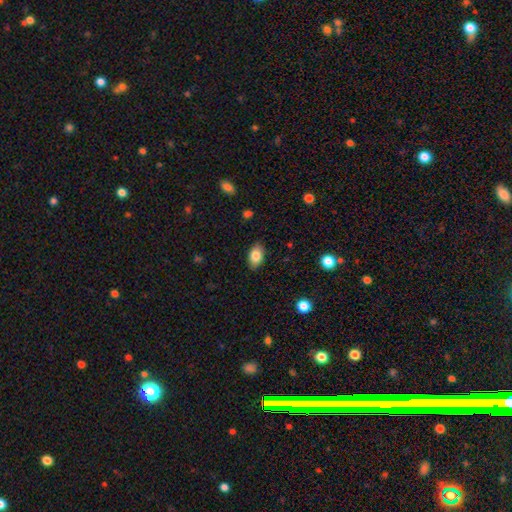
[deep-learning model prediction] smooth_or_featured: smooth (p=0.83) [alt: featured or disk p=0.09]
how_rounded: in between (p=0.91) [alt: round p=0.08]
merging: none (p=0.87) [alt: minor disturbance p=0.10]